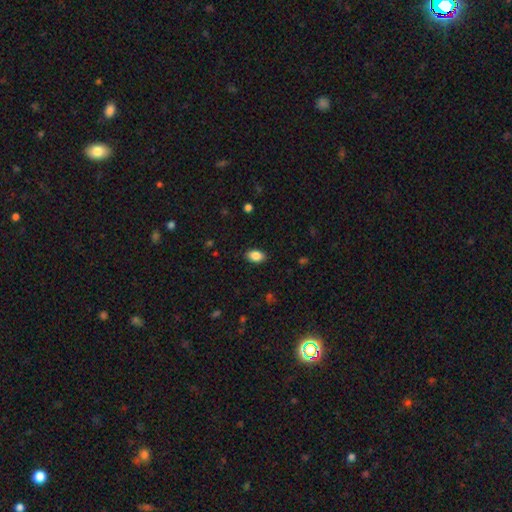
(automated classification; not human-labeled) The model was most divided on "merging": none: 88%, minor disturbance: 9%, major disturbance: 2%, merger: 1%. More confident: how rounded — in between (89%); smooth or featured — smooth (87%).